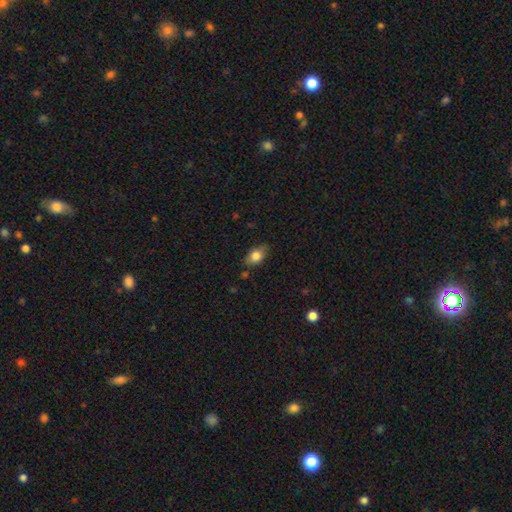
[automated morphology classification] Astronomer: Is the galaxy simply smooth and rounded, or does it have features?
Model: smooth — 79%.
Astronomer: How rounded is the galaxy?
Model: in between — 84%.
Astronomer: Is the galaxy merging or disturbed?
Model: none — 77%.